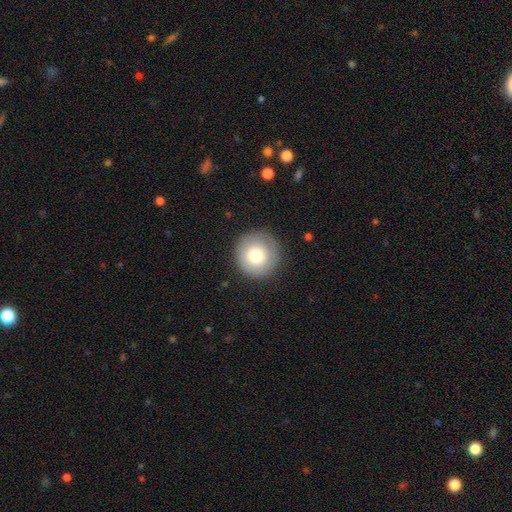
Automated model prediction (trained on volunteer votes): Overall: smooth (76%). How rounded: round (96%). Merging: none (88%).